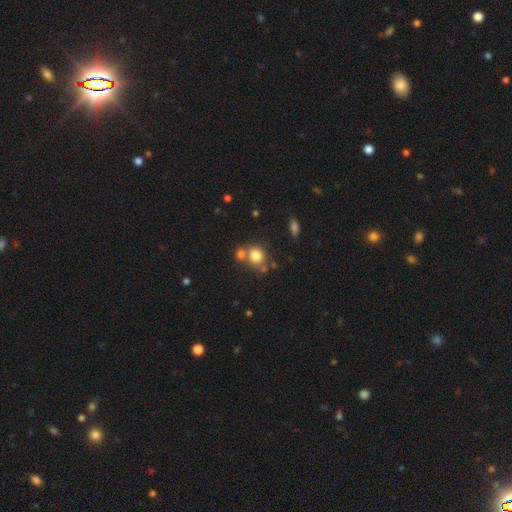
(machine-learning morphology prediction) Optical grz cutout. It shows a smooth galaxy with no disk features (79%) that is round (77%). Merging: none (53%).